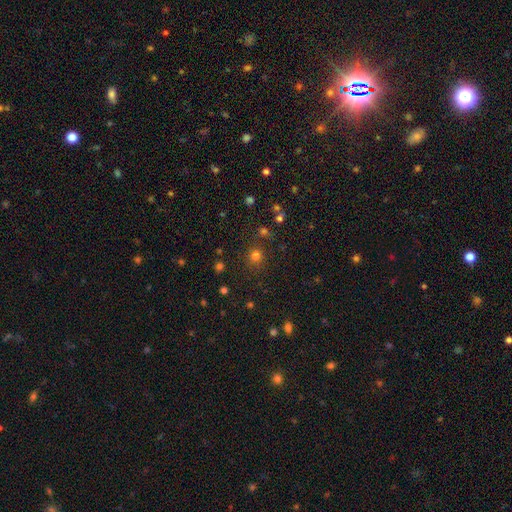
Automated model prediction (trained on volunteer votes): This is likely a smooth galaxy (74%). How rounded: clearly round (89%). Merging: clearly none (81%).